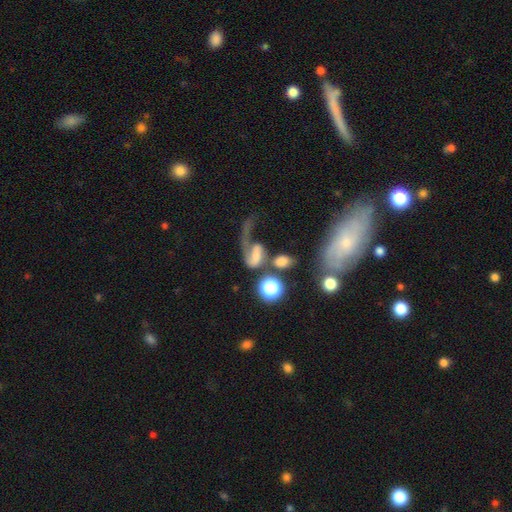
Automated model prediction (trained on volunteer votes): A featured or disk galaxy (56%) with no bar (48%), spiral arms (76%) and no central bulge (40%).

Vote fractions:
- Smooth or featured? featured or disk: 56% / smooth: 30% / star or artifact: 14%
- Edge-on disk? no: 96% / yes: 4%
- Bar? no: 48% / weak: 31% / strong: 21%
- Spiral arms? yes: 76% / no: 24%
- Bulge size? none: 40% / small: 22% / moderate: 19% / large: 13% / dominant: 7%
- Merging? major disturbance: 43% / merger: 26% / none: 20% / minor disturbance: 11%